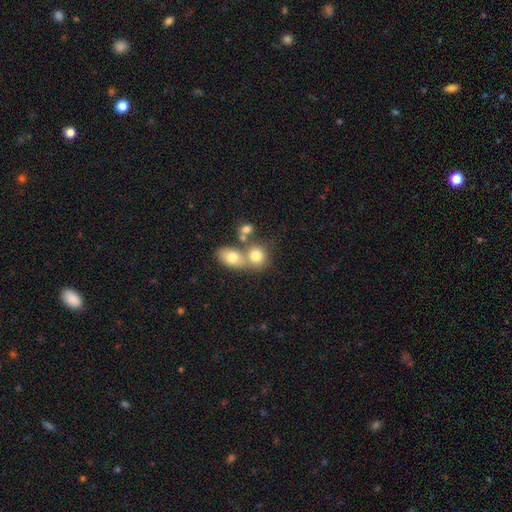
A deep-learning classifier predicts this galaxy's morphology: smooth 76%, featured or disk 14%, star or artifact 10%. Down the decision tree: how rounded — round (69%); merging — merger (50%).